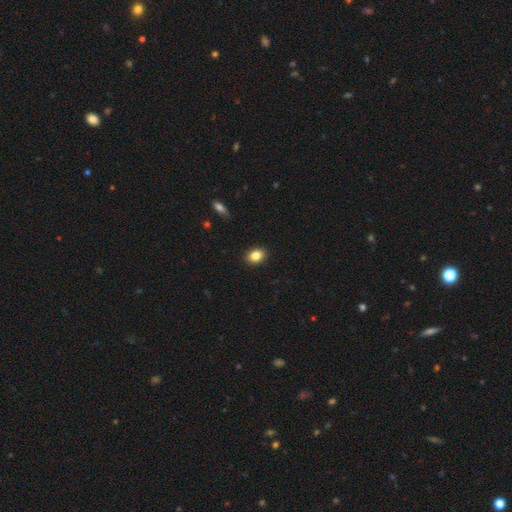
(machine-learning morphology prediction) Q: Smooth or featured?
A: smooth (84%); runner-up: star or artifact (9%)
Q: How rounded?
A: in between (69%); runner-up: round (30%)
Q: Merging?
A: none (90%); runner-up: minor disturbance (7%)